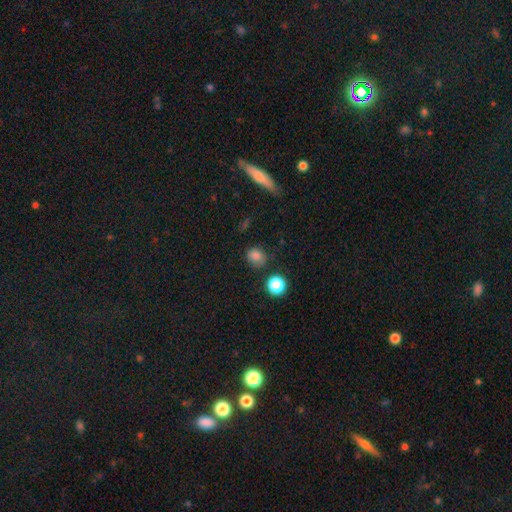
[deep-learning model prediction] smooth_or_featured: smooth (p=0.80) [alt: star or artifact p=0.16]
how_rounded: round (p=0.70) [alt: in between p=0.28]
merging: none (p=0.74) [alt: minor disturbance p=0.16]